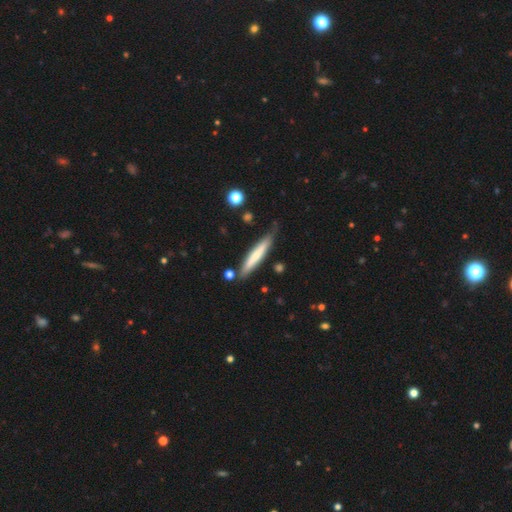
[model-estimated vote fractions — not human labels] A smooth galaxy with no disk features (60%) that is cigar-shaped (92%).

Vote fractions:
- Smooth or featured? smooth: 60% / featured or disk: 34% / star or artifact: 5%
- How rounded? cigar-shaped: 92% / in between: 6% / round: 1%
- Merging? none: 72% / minor disturbance: 20% / merger: 5% / major disturbance: 4%